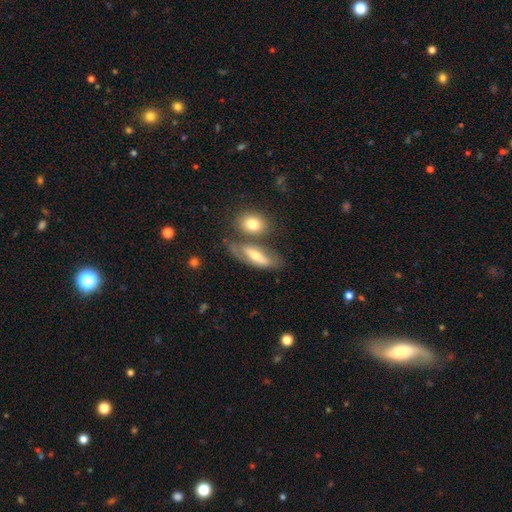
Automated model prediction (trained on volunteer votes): This appears to be a featured or disk galaxy (50%). Merging: none (55%).